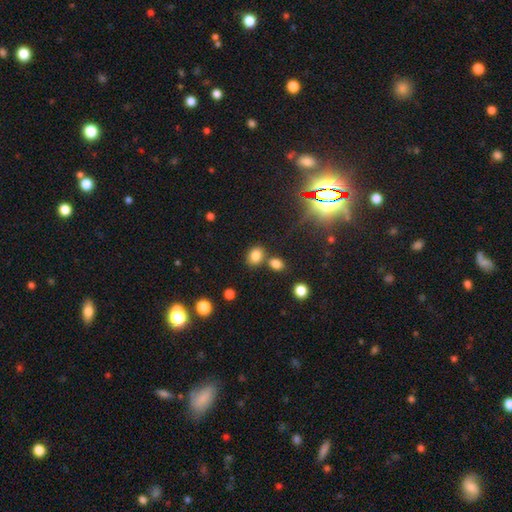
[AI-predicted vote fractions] Smooth or featured? Predicted: smooth (p=0.80). How rounded? Predicted: in between (p=0.58). Merging? Predicted: none (p=0.67).